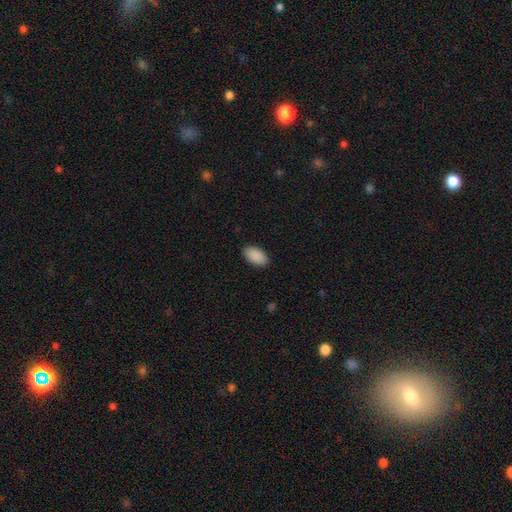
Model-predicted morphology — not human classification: The model was most divided on "merging": none: 89%, minor disturbance: 8%, major disturbance: 2%, merger: 1%. More confident: how rounded — in between (95%); smooth or featured — smooth (91%).